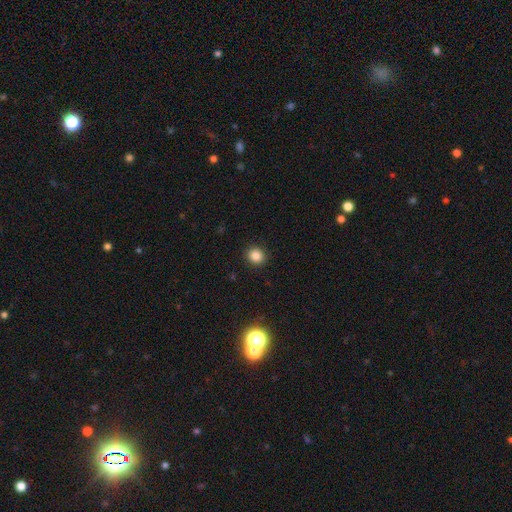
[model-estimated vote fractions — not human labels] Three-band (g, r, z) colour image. It shows a smooth galaxy with no disk features (85%) that is round (85%). Merging: none (91%).